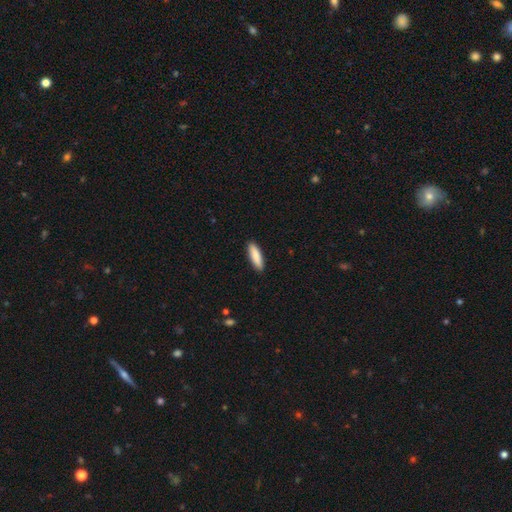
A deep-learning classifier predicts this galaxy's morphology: smooth_or_featured: smooth (p=0.88) [alt: featured or disk p=0.07]
how_rounded: cigar-shaped (p=0.65) [alt: in between p=0.34]
merging: none (p=0.90) [alt: minor disturbance p=0.07]